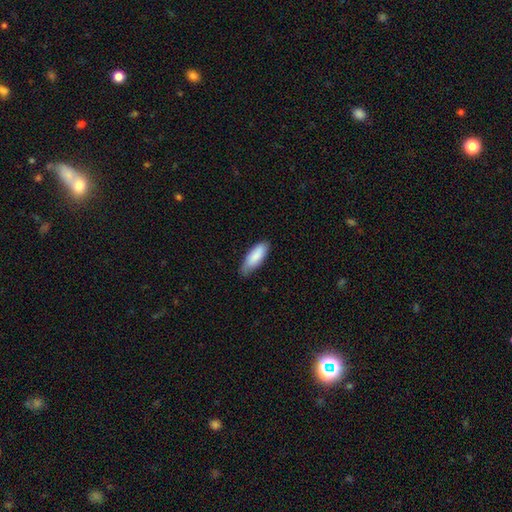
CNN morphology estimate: Q: Smooth or featured?
A: smooth (86%); runner-up: featured or disk (8%)
Q: How rounded?
A: in between (70%); runner-up: cigar-shaped (29%)
Q: Merging?
A: none (70%); runner-up: minor disturbance (25%)